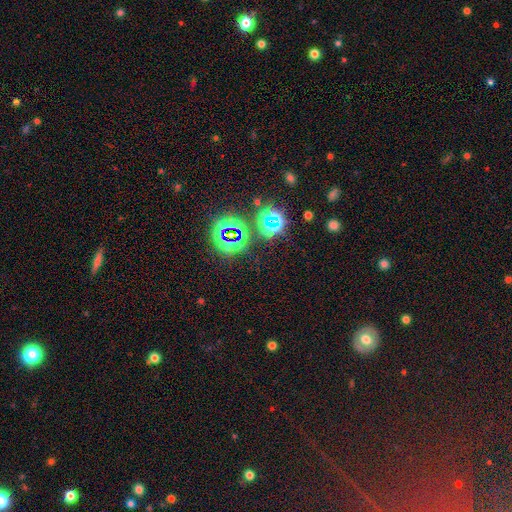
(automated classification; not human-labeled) The model was most divided on "smooth or featured": star or artifact: 75%, smooth: 17%, featured or disk: 8%.